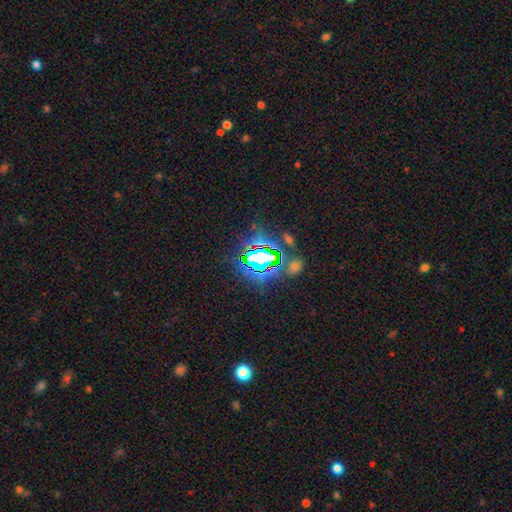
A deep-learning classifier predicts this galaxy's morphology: star or artifact 79%, smooth 12%, featured or disk 9%.